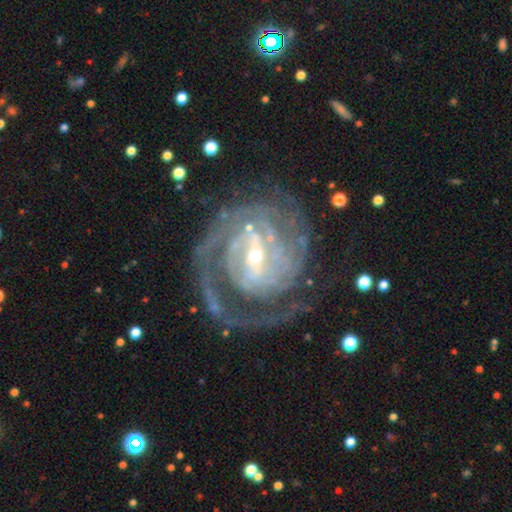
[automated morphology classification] featured or disk 91%, star or artifact 5%, smooth 4%. Down the decision tree: edge-on disk — no (97%); bar — weak (43%); spiral arms — yes (97%); spiral arm count — 2 (30%); spiral winding — tight (70%); bulge size — small (70%); merging — none (67%).